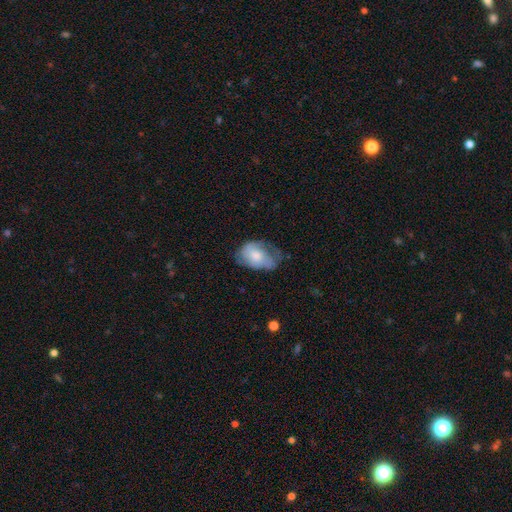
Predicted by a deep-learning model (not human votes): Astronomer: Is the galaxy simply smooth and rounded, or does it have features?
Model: smooth — 56% (runner-up: featured or disk, 37%).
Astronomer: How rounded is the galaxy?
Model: in between — 82%.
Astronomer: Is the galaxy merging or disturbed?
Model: none — 37% (runner-up: minor disturbance, 36%).